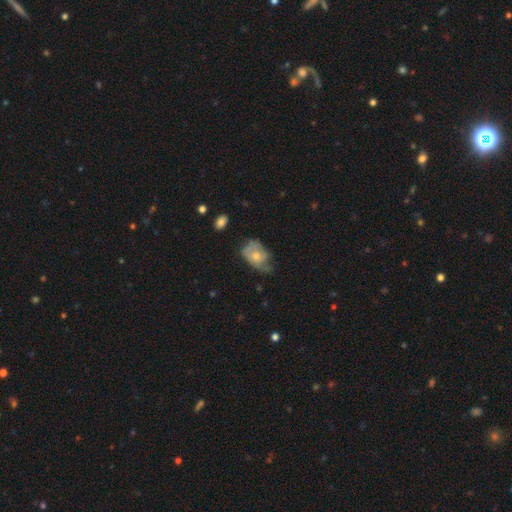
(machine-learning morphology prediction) A smooth galaxy with no disk features (49%). Merging: minor disturbance (38%).